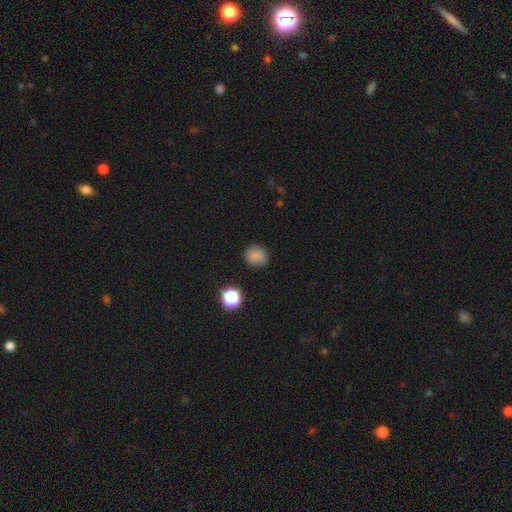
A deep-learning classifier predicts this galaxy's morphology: smooth-or-featured: smooth: 80% | star or artifact: 14% | featured or disk: 6%
  how-rounded: round: 87% | in between: 12% | cigar-shaped: 1%
  merging: none: 84% | minor disturbance: 11% | major disturbance: 3% | merger: 2%